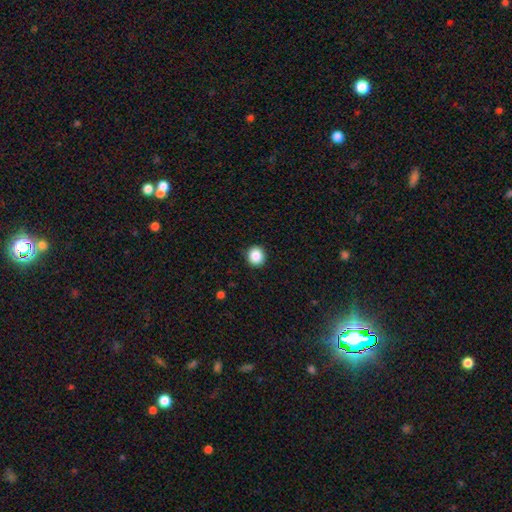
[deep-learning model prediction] A smooth galaxy with no disk features (87%) that is round (89%).

Vote fractions:
- Smooth or featured? smooth: 87% / star or artifact: 9% / featured or disk: 4%
- How rounded? round: 89% / in between: 10% / cigar-shaped: 1%
- Merging? none: 92% / minor disturbance: 5% / major disturbance: 2% / merger: 1%